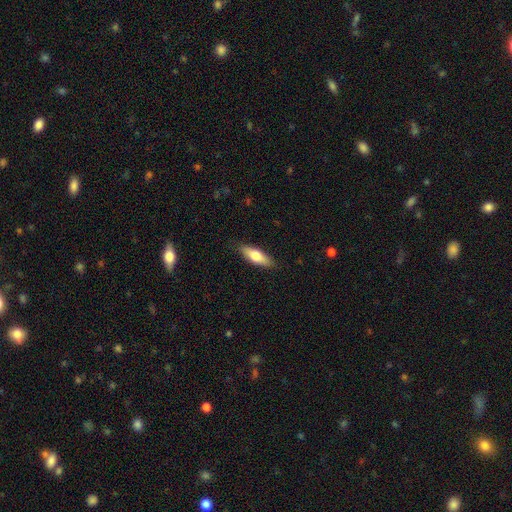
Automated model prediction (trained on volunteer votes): smooth-or-featured: smooth: 67% | featured or disk: 27% | star or artifact: 6%
  how-rounded: in between: 57% | cigar-shaped: 41% | round: 2%
  merging: none: 86% | minor disturbance: 11% | major disturbance: 2% | merger: 1%